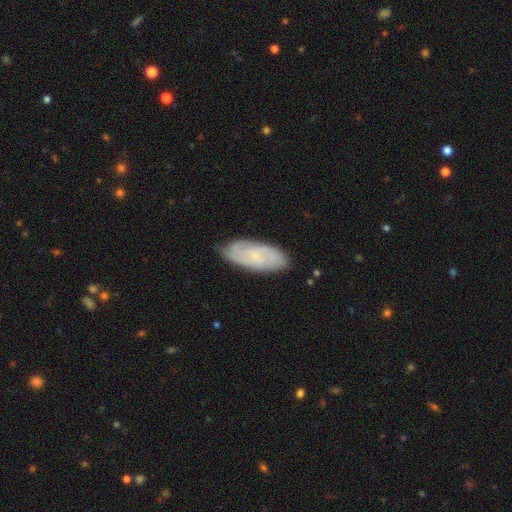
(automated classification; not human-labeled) This appears to be a featured or disk galaxy (52%). Merging: none (83%).